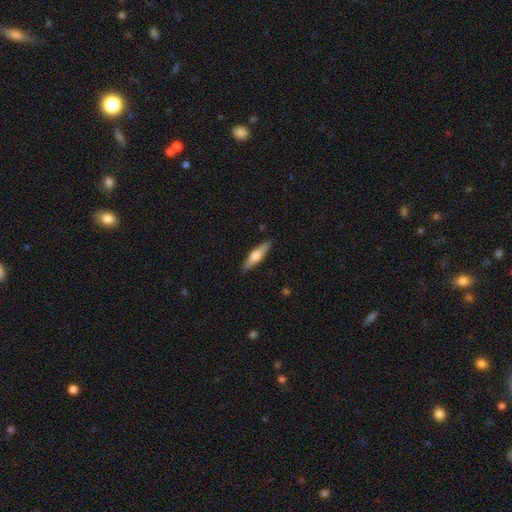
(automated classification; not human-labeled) smooth 52%, featured or disk 42%, star or artifact 5%. Down the decision tree: how rounded — cigar-shaped (73%); merging — none (89%).